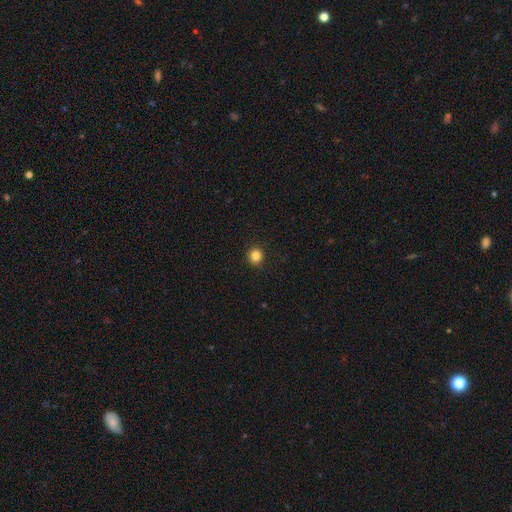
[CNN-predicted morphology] Smooth or featured? Predicted: smooth (p=0.84). How rounded? Predicted: round (p=0.93). Merging? Predicted: none (p=0.92).